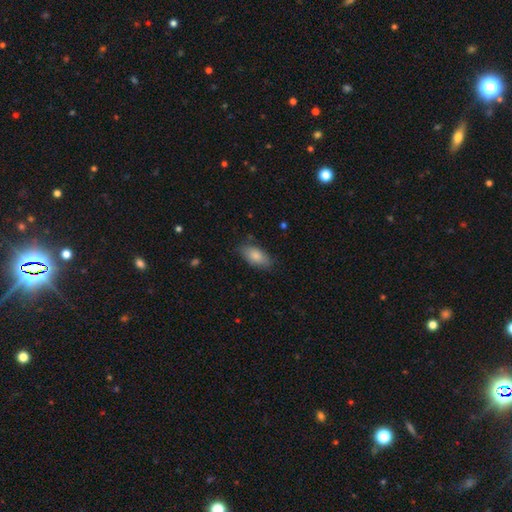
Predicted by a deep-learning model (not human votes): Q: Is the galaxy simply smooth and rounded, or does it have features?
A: smooth — 84%.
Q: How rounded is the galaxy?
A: in between — 90%.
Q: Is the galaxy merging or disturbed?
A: none — 78%.